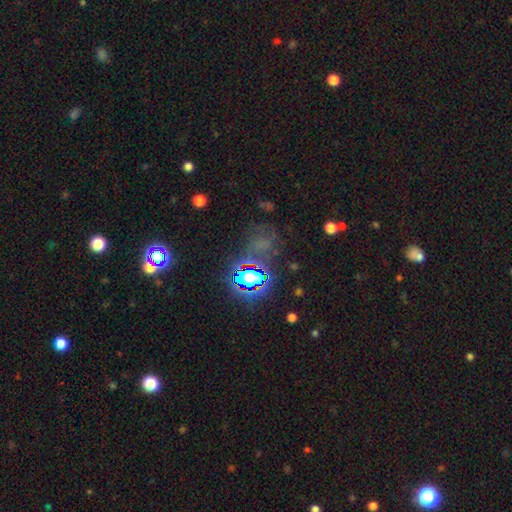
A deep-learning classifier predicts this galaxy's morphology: This appears to be a star or artifact, not a galaxy (75%).